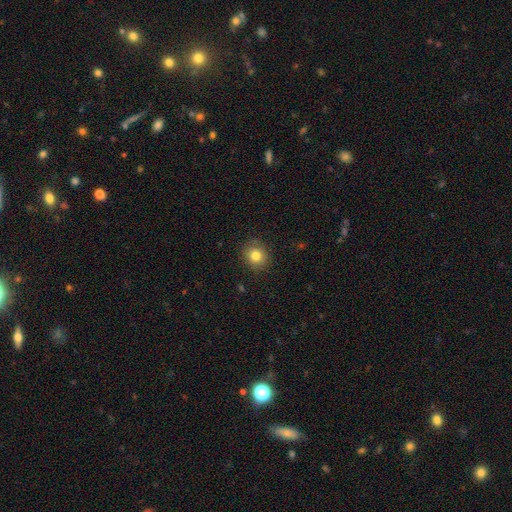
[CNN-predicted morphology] Smooth or featured?
  - smooth: 81% *
  - star or artifact: 11%
  - featured or disk: 7%
How rounded?
  - round: 82% *
  - in between: 17%
  - cigar-shaped: 1%
Merging?
  - none: 88% *
  - minor disturbance: 8%
  - major disturbance: 2%
  - merger: 1%